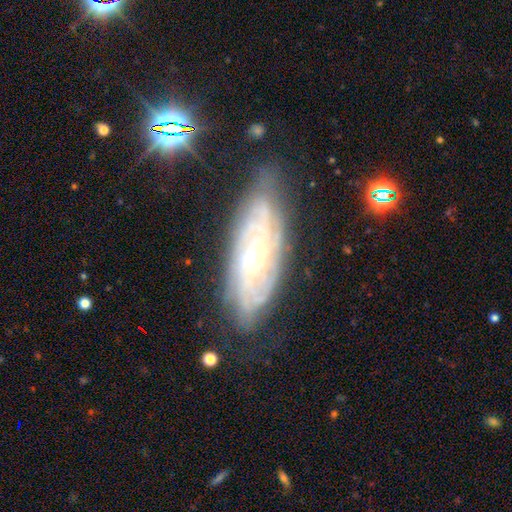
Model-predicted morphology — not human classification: type=featured or disk (83%); edge-on=no (87%); bar=no (64%); spiral arms=yes (95%); winding=tight (76%); arm count=can't tell (44%); bulge=small (71%); merging=none (74%).